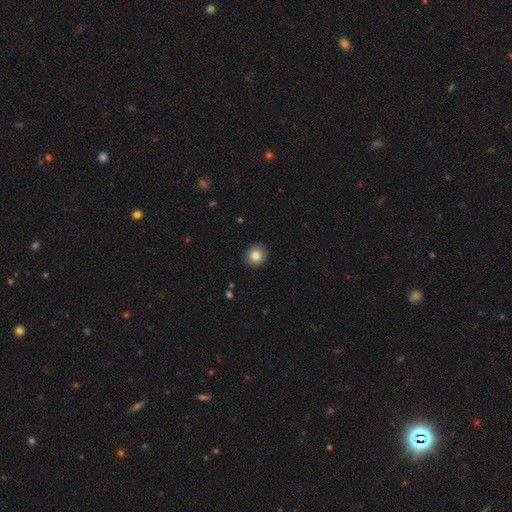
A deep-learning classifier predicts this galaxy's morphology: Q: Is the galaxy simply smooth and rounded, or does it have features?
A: smooth — 85%.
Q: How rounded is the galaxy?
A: round — 90%.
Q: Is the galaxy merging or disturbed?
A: none — 91%.